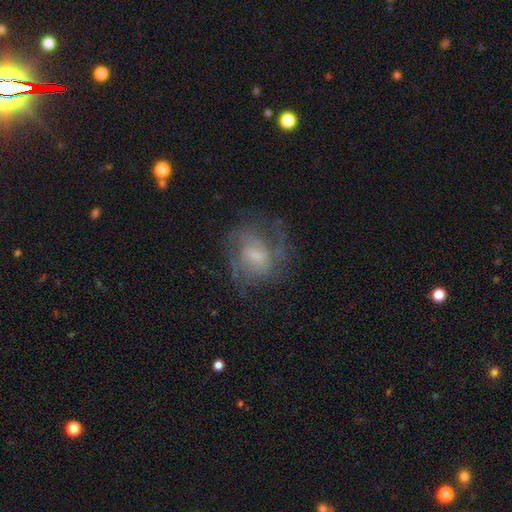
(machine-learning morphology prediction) A featured or disk galaxy (66%) with no bar (47%), medium (46%) spiral arms (79%) and a small central bulge (40%).

Vote fractions:
- Smooth or featured? featured or disk: 66% / smooth: 25% / star or artifact: 9%
- Edge-on disk? no: 97% / yes: 3%
- Bar? no: 47% / weak: 45% / strong: 8%
- Spiral arms? yes: 79% / no: 21%
- Spiral winding? medium: 46% / tight: 34% / loose: 20%
- Spiral arm count? can't tell: 39% / 2: 33% / 3: 14% / 1: 6% / 4: 5% / more than 4: 4%
- Bulge size? small: 40% / moderate: 34% / none: 16% / large: 7% / dominant: 1%
- Merging? none: 58% / minor disturbance: 21% / major disturbance: 20% / merger: 2%